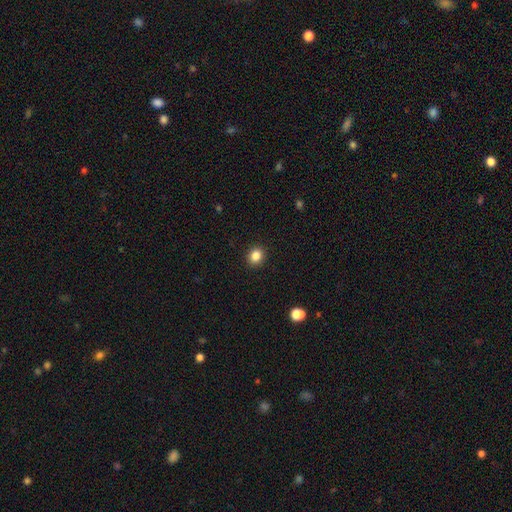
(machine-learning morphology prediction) A smooth galaxy with no disk features (85%) that is round (73%). Merging: none (92%).